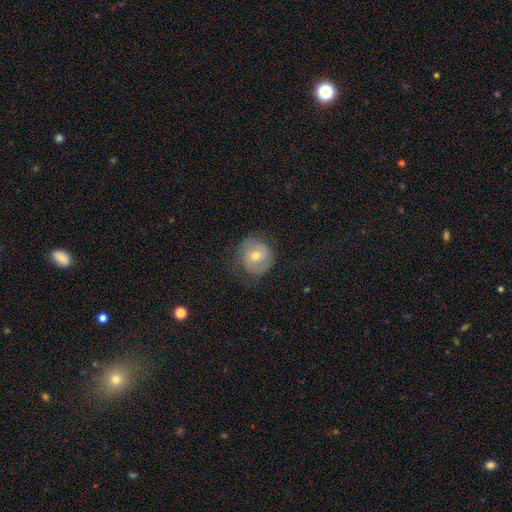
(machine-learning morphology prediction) Smooth or featured: featured or disk — 48% (smooth — 44%)
Merging: none — 73% (minor disturbance — 18%)